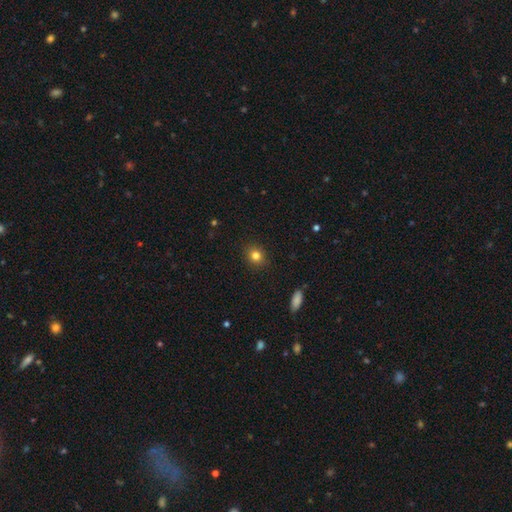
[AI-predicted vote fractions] A smooth galaxy with no disk features (81%) that is round (75%). Merging: none (90%).